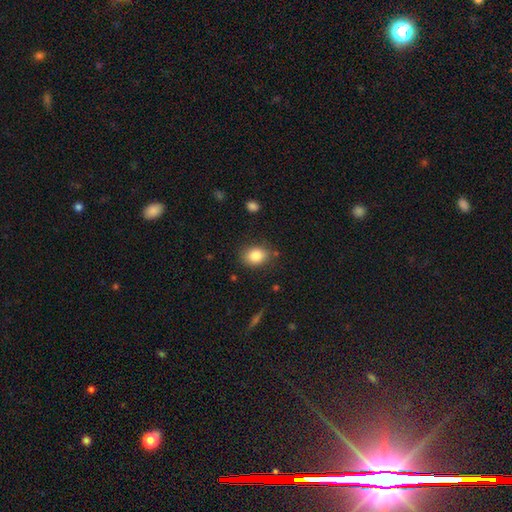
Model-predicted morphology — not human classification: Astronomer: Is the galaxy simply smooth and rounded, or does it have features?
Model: smooth — 84%.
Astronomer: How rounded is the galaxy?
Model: in between — 60% (runner-up: round, 39%).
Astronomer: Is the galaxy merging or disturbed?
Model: none — 81%.